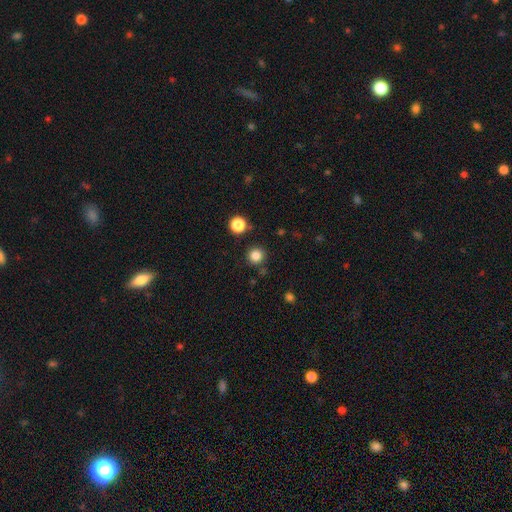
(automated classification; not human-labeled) Smooth or featured? smooth (84%)
How rounded? round (94%)
Merging? none (87%)